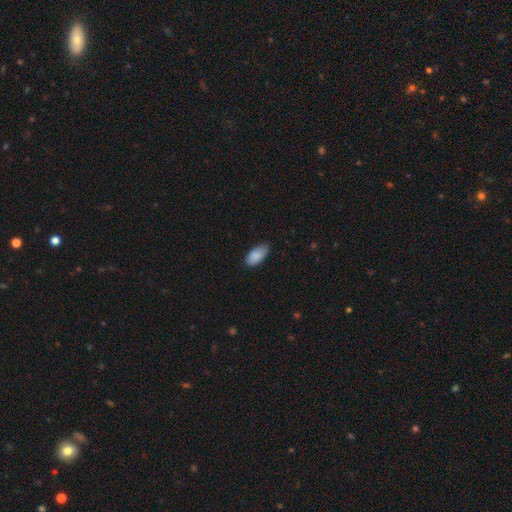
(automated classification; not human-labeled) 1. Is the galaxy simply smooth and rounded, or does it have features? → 88% smooth, 6% star or artifact, 6% featured or disk.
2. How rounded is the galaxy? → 94% in between, 3% cigar-shaped, 3% round.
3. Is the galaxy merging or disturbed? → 73% none, 22% minor disturbance, 3% major disturbance, 1% merger.